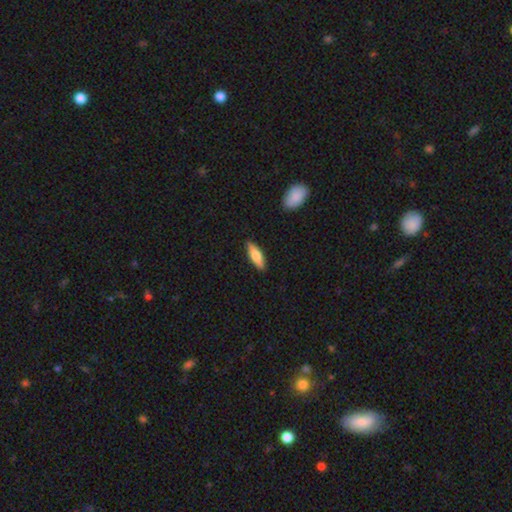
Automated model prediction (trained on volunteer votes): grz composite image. It shows a smooth galaxy with no disk features (70%) that is cigar-shaped (52%). Merging: none (88%).